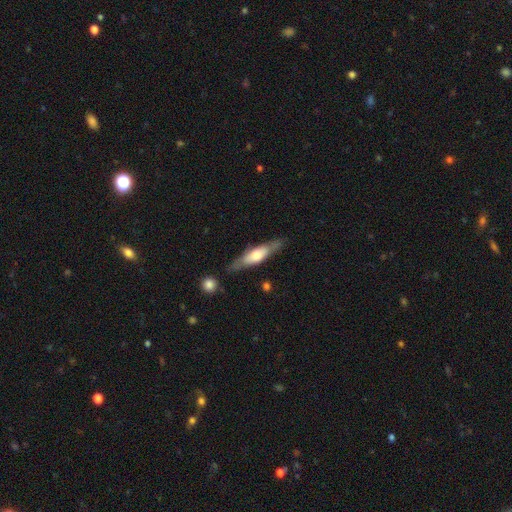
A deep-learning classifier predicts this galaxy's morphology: This appears to be a featured or disk galaxy (52%) viewed edge-on (80%). Merging: none (77%).